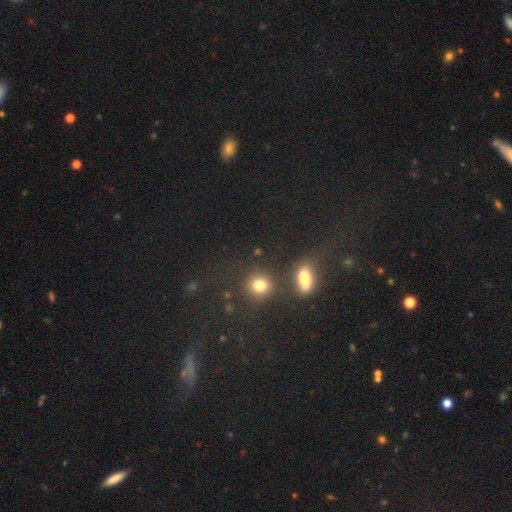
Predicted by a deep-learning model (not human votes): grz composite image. It shows a star or artifact, not a galaxy (47%).